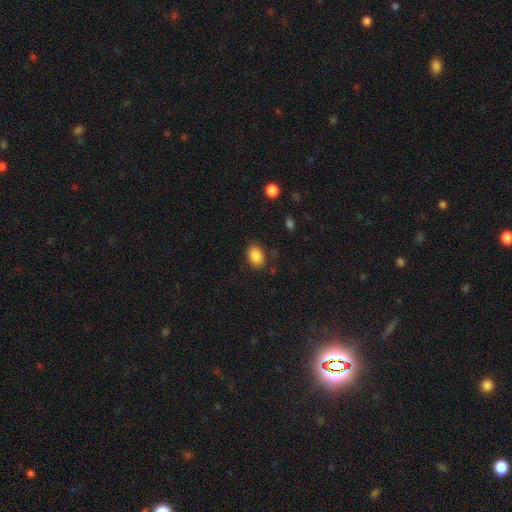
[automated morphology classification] Smooth or featured: smooth — 88% (star or artifact — 8%)
How rounded: in between — 82% (round — 16%)
Merging: none — 84% (minor disturbance — 11%)